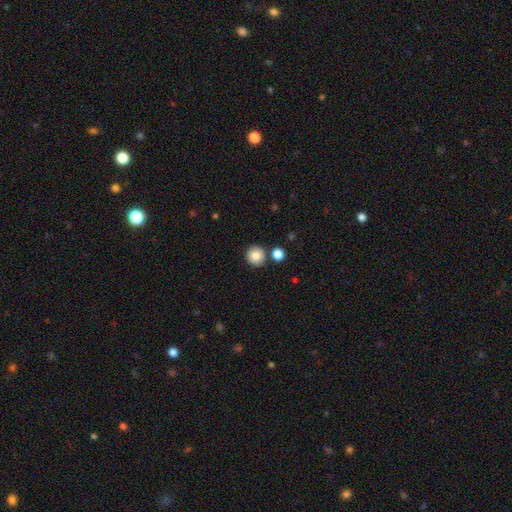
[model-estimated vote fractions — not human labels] A smooth galaxy with no disk features (84%) that is round (94%). Merging: none (82%).